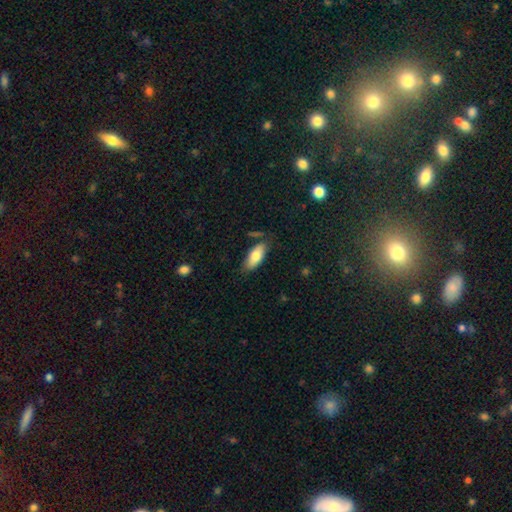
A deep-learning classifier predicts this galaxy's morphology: Overall: smooth (78%). How rounded: in between (83%). Merging: none (74%).